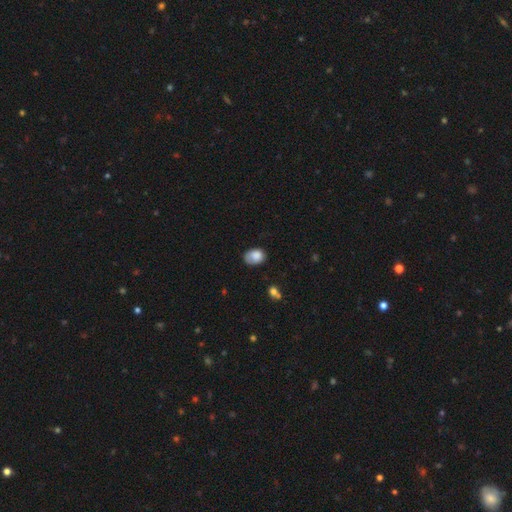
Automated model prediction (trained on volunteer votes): smooth 82%, featured or disk 9%, star or artifact 8%. Down the decision tree: how rounded — in between (70%); merging — none (55%).